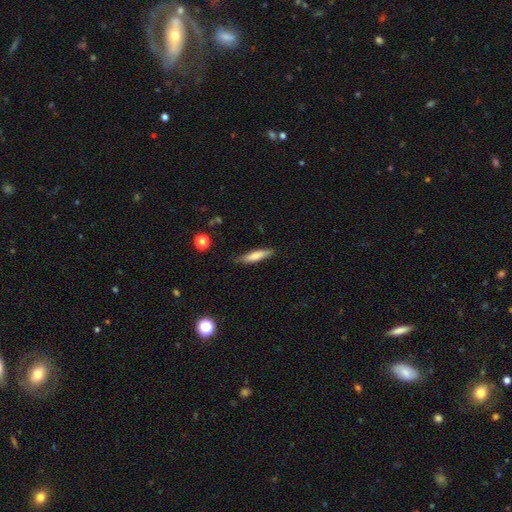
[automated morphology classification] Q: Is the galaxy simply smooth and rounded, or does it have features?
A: smooth — 74%.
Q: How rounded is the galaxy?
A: cigar-shaped — 79%.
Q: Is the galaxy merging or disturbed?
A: none — 79%.